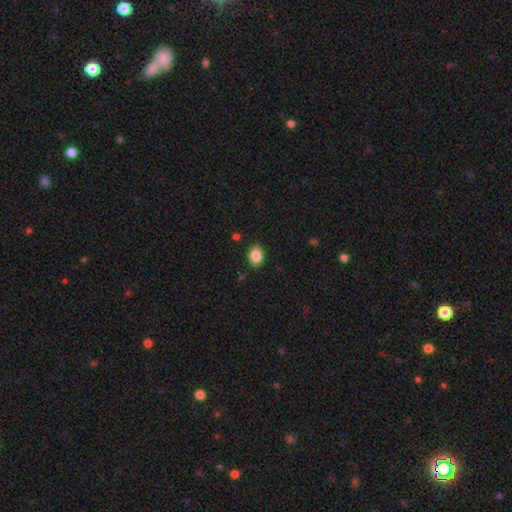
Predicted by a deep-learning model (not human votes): Smooth or featured? Predicted: smooth (p=0.86). How rounded? Predicted: in between (p=0.65). Merging? Predicted: none (p=0.86).